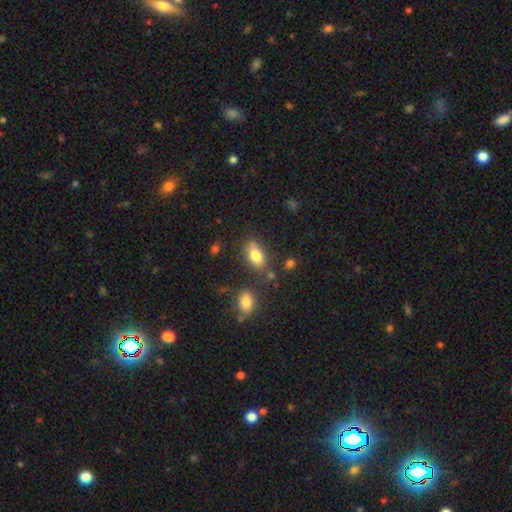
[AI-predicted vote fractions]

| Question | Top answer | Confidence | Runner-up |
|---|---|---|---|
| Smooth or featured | smooth | 79% | featured or disk (12%) |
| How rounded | in between | 89% | round (7%) |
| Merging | none | 70% | minor disturbance (17%) |